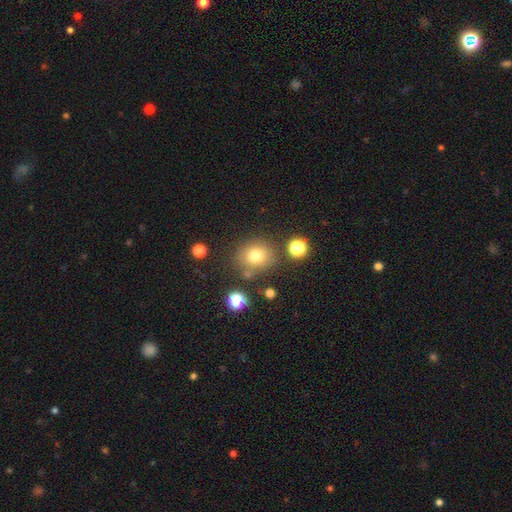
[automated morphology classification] This appears to be a smooth galaxy with no disk features (77%) that is round (79%). Merging: none (76%).